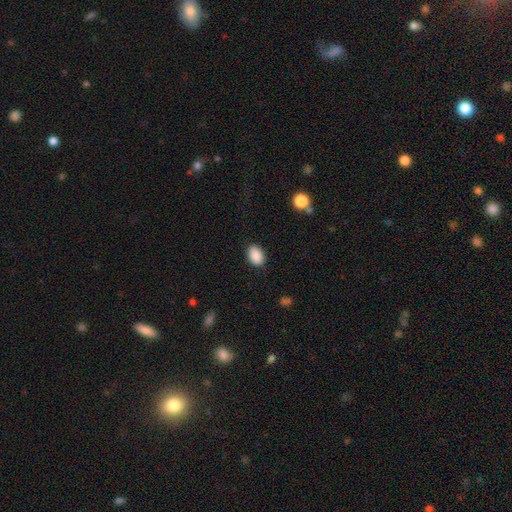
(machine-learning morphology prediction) This appears to be a smooth galaxy with no disk features (90%) that is in between round and cigar-shaped (83%). Merging: none (87%).